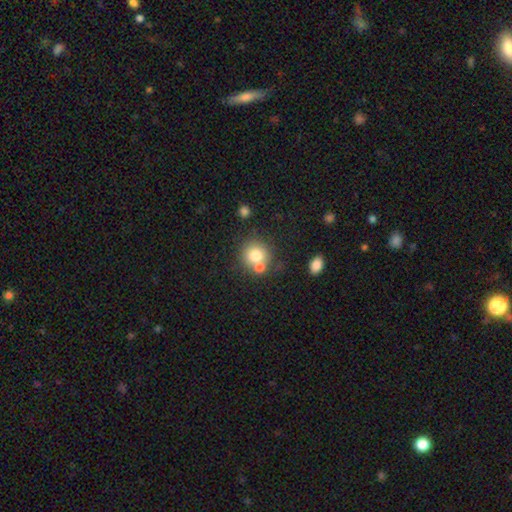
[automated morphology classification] type=smooth (76%); roundness=round (88%); merging=none (56%).